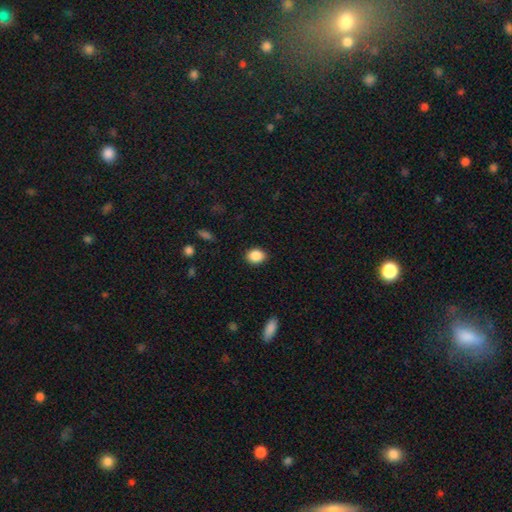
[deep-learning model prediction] A smooth galaxy with no disk features (88%) that is in between round and cigar-shaped (54%). Merging: none (89%).